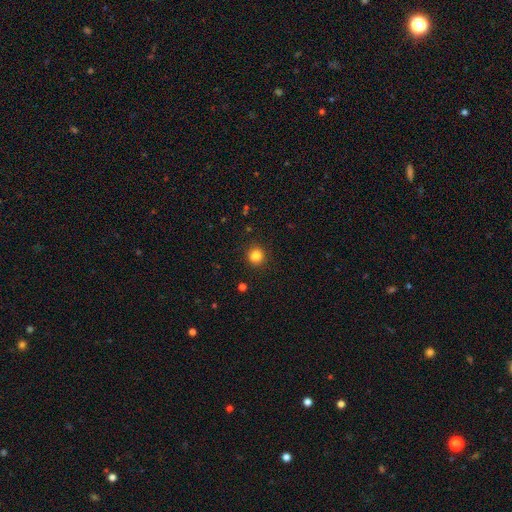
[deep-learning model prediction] This appears to be a smooth galaxy with no disk features (85%) that is round (88%). Merging: none (88%).